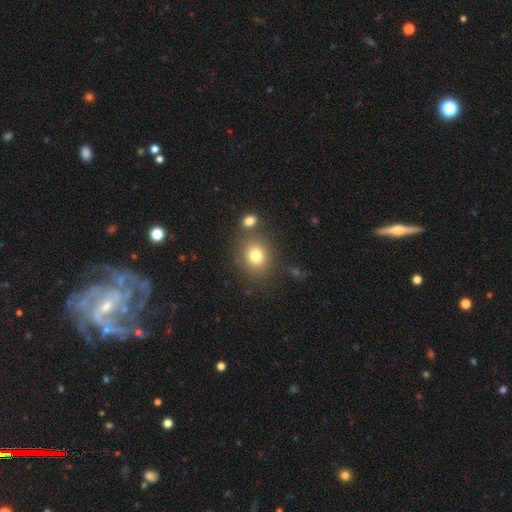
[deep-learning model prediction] A smooth galaxy with no disk features (77%) that is round (73%).

Vote fractions:
- Smooth or featured? smooth: 77% / star or artifact: 13% / featured or disk: 10%
- How rounded? round: 73% / in between: 26% / cigar-shaped: 1%
- Merging? none: 75% / merger: 11% / minor disturbance: 9% / major disturbance: 4%